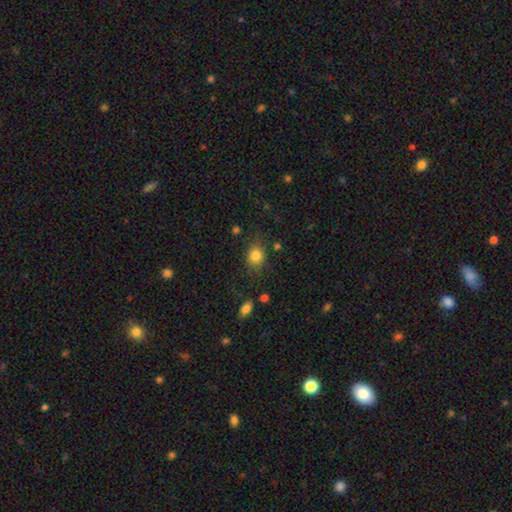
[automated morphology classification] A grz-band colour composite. It shows a smooth galaxy with no disk features (83%) that is round (59%). Merging: none (74%).